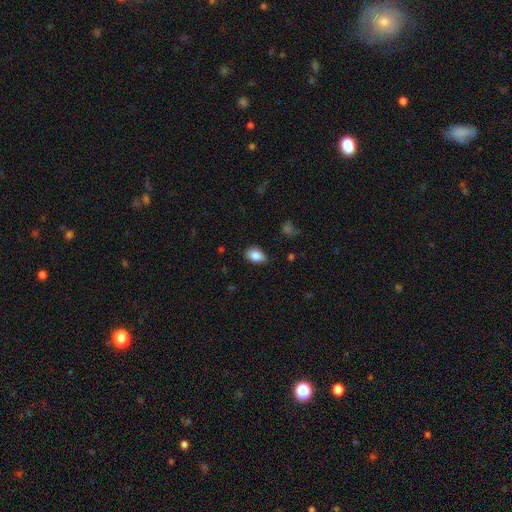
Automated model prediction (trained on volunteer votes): Q: Smooth or featured?
A: smooth (83%); runner-up: star or artifact (8%)
Q: How rounded?
A: in between (82%); runner-up: round (17%)
Q: Merging?
A: none (66%); runner-up: minor disturbance (27%)